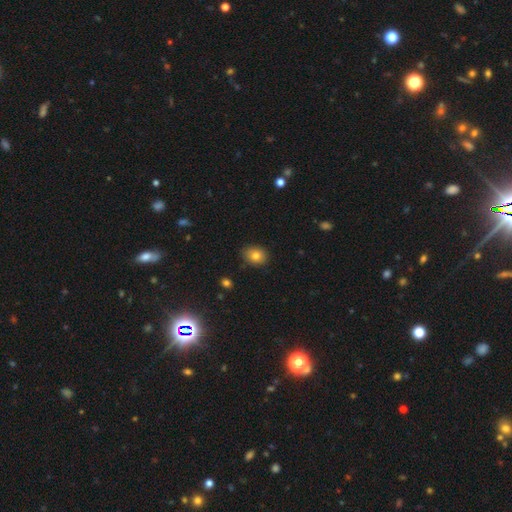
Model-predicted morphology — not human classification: A smooth galaxy with no disk features (79%) that is round (52%). Merging: none (85%).